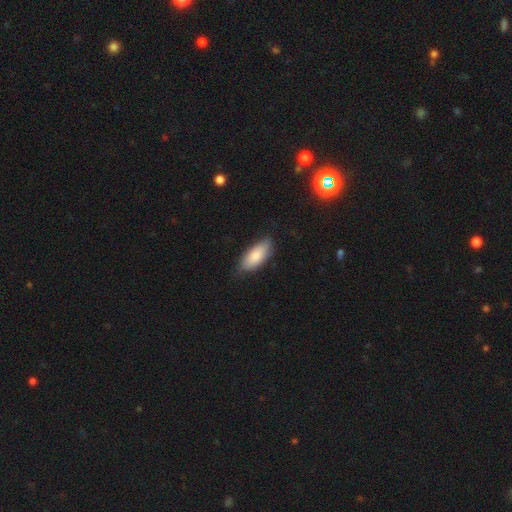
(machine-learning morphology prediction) smooth_or_featured: smooth (p=0.81) [alt: featured or disk p=0.13]
how_rounded: in between (p=0.83) [alt: cigar-shaped p=0.15]
merging: none (p=0.73) [alt: minor disturbance p=0.22]